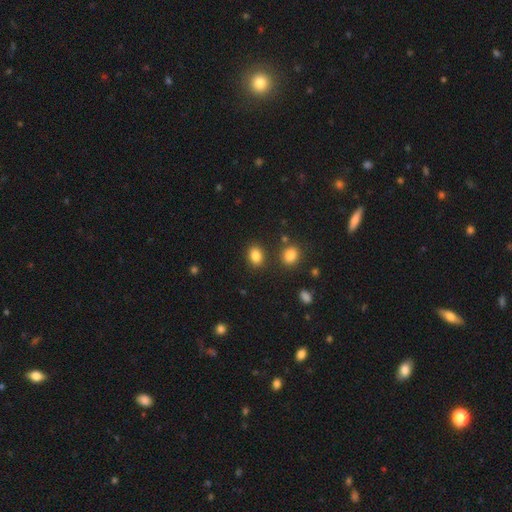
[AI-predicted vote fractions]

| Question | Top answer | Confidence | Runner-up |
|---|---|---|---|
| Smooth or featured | smooth | 86% | star or artifact (10%) |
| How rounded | in between | 73% | round (25%) |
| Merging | none | 82% | minor disturbance (10%) |